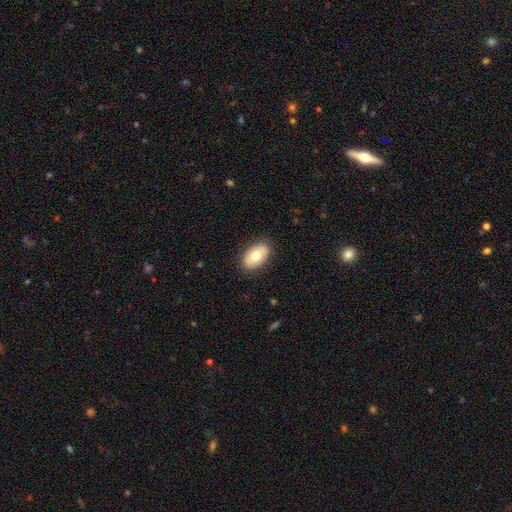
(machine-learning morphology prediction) This appears to be a smooth galaxy with no disk features (72%) that is in between round and cigar-shaped (92%). Merging: none (85%).